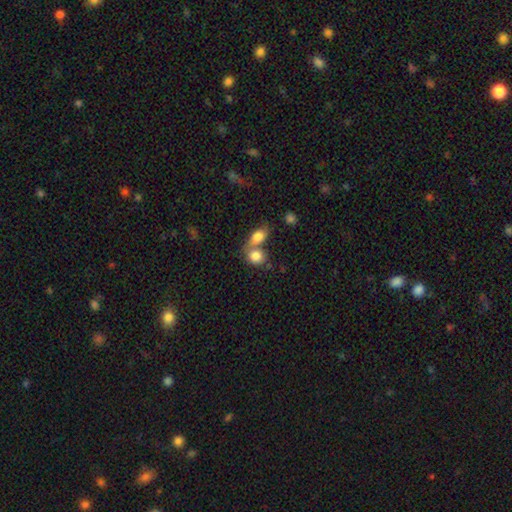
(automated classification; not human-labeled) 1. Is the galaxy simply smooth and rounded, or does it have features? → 83% smooth, 9% featured or disk, 8% star or artifact.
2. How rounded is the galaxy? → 52% round, 47% in between, 2% cigar-shaped.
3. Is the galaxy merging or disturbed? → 59% merger, 30% none, 8% minor disturbance, 4% major disturbance.